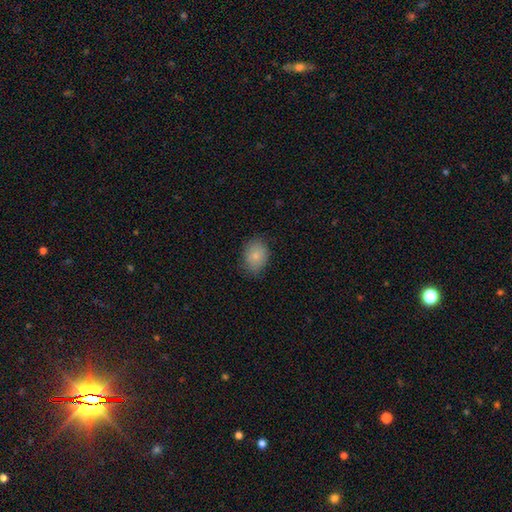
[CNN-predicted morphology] Overall: smooth (83%). How rounded: in between (61%; round 38%). Merging: none (78%).